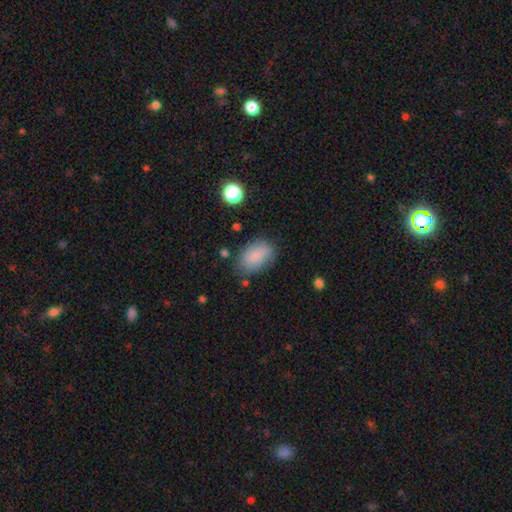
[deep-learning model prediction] Smooth or featured?
  - smooth: 83% *
  - star or artifact: 9%
  - featured or disk: 8%
How rounded?
  - in between: 88% *
  - round: 11%
  - cigar-shaped: 2%
Merging?
  - none: 71% *
  - minor disturbance: 20%
  - major disturbance: 6%
  - merger: 3%